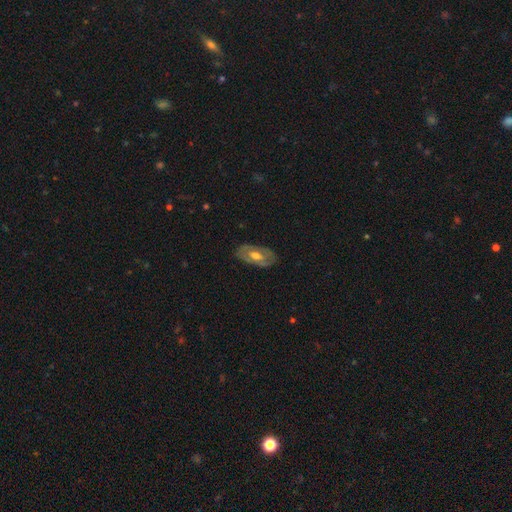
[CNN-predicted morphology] Q: Smooth or featured?
A: featured or disk (61%); runner-up: smooth (34%)
Q: Edge-on disk?
A: no (88%); runner-up: yes (12%)
Q: Bar?
A: no (55%); runner-up: weak (33%)
Q: Spiral arms?
A: no (63%); runner-up: yes (37%)
Q: Bulge size?
A: moderate (72%); runner-up: large (14%)
Q: Merging?
A: none (80%); runner-up: minor disturbance (15%)